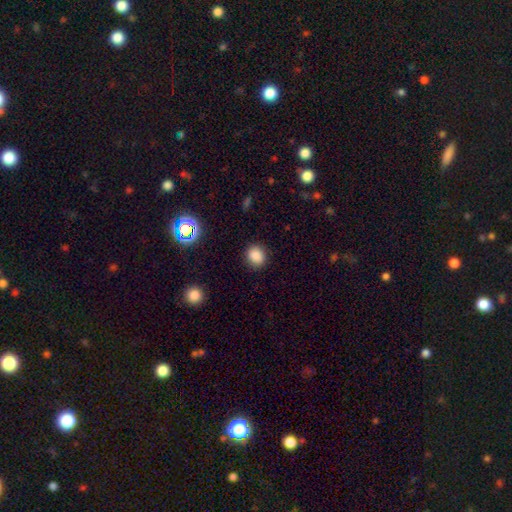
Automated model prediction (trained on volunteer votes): Smooth or featured? smooth (84%)
How rounded? round (78%)
Merging? none (88%)